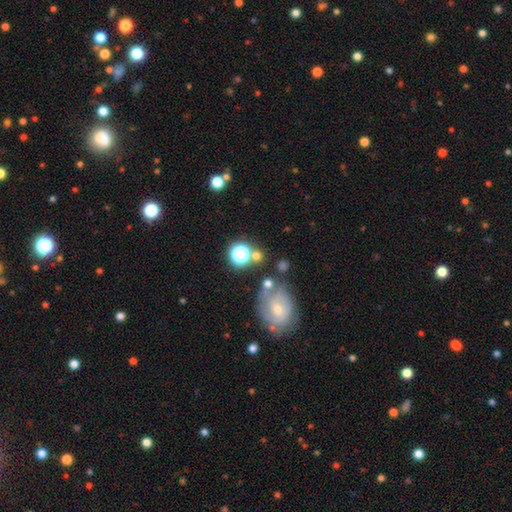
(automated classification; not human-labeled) Q: Smooth or featured?
A: smooth (46%); runner-up: star or artifact (30%)
Q: Merging?
A: none (66%); runner-up: minor disturbance (14%)